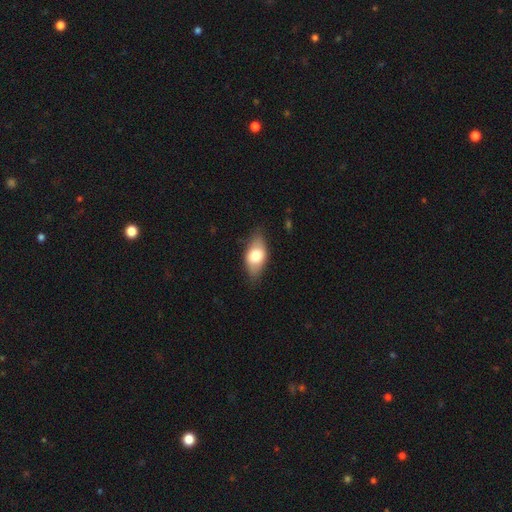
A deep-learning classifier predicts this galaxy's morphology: A smooth galaxy with no disk features (67%) that is in between round and cigar-shaped (87%).

Vote fractions:
- Smooth or featured? smooth: 67% / featured or disk: 26% / star or artifact: 7%
- How rounded? in between: 87% / round: 7% / cigar-shaped: 6%
- Merging? none: 77% / minor disturbance: 18% / major disturbance: 4% / merger: 1%